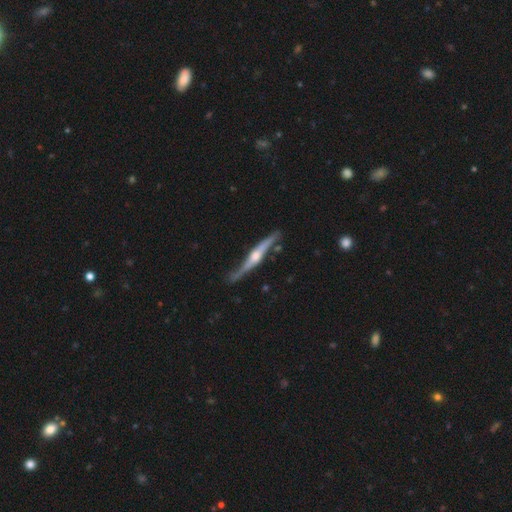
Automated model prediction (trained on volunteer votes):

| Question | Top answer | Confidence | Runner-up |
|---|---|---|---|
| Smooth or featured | featured or disk | 84% | smooth (12%) |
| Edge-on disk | yes | 95% | no (5%) |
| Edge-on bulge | rounded | 89% | boxy (6%) |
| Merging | none | 74% | minor disturbance (19%) |